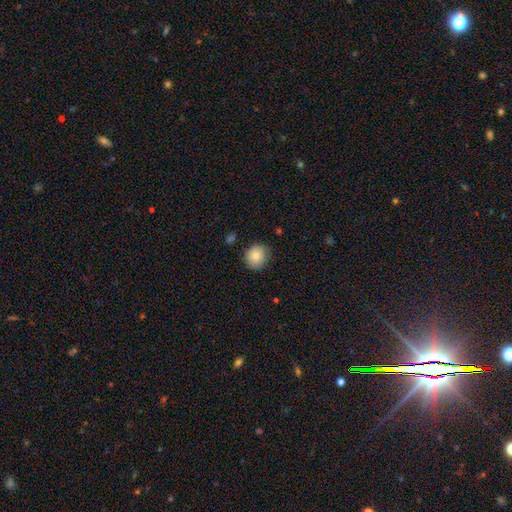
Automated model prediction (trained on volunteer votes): Morphology: type=smooth (82%); roundness=round (85%); merging=none (80%).